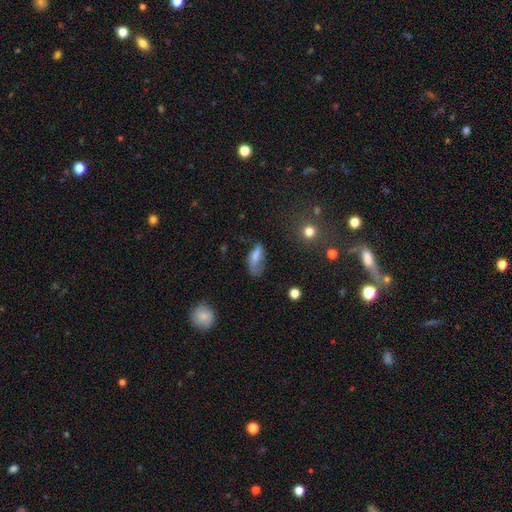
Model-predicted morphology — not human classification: A smooth galaxy with no disk features (66%) that is in between round and cigar-shaped (79%). Merging: none (33%).